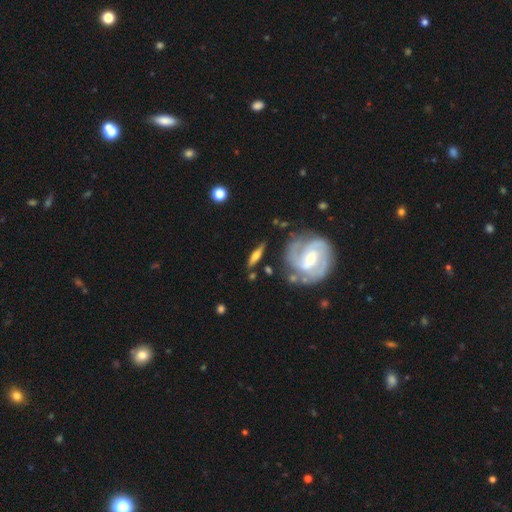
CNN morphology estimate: This appears to be a featured or disk galaxy (61%) viewed edge-on (53%). Merging: none (75%).